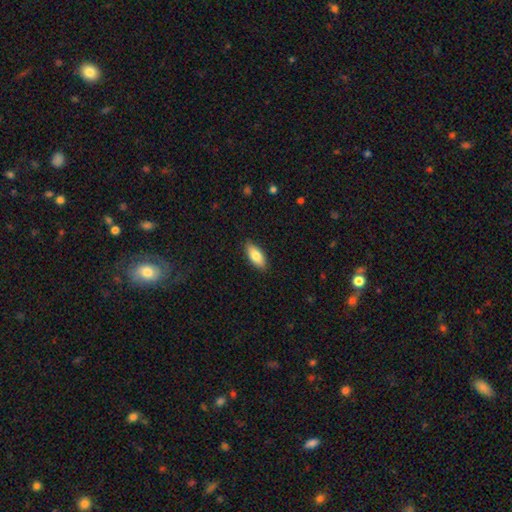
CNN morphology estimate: smooth_or_featured: smooth (p=0.82) [alt: featured or disk p=0.12]
how_rounded: in between (p=0.83) [alt: cigar-shaped p=0.14]
merging: none (p=0.88) [alt: minor disturbance p=0.10]